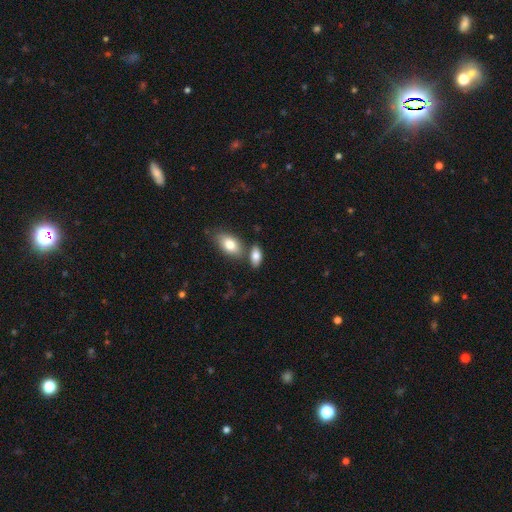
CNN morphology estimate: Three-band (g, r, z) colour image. It shows a smooth galaxy with no disk features (80%) that is in between round and cigar-shaped (89%). Merging: none (64%).